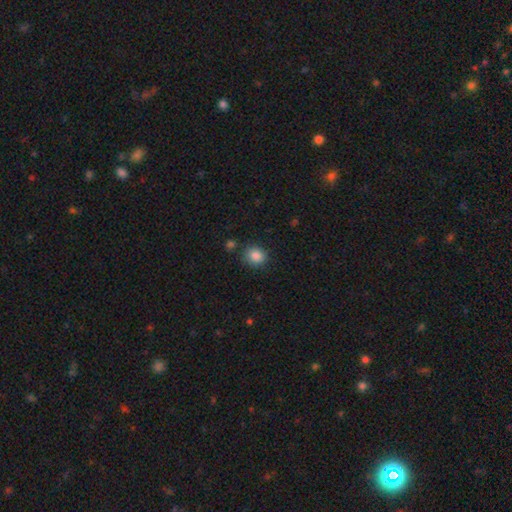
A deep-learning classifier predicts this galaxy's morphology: type=smooth (86%); roundness=round (75%); merging=none (82%).